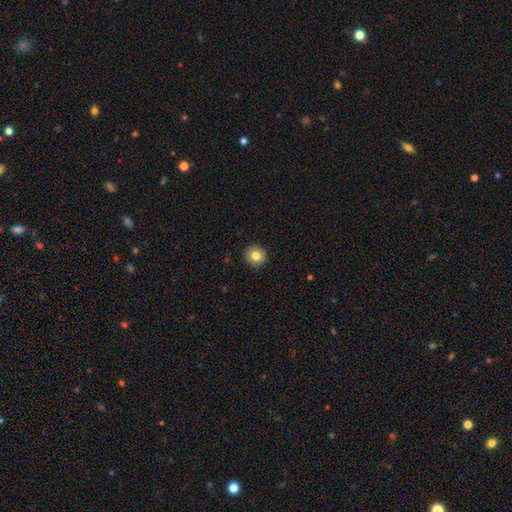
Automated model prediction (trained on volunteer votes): Smooth or featured? smooth (81%)
How rounded? round (92%)
Merging? none (92%)